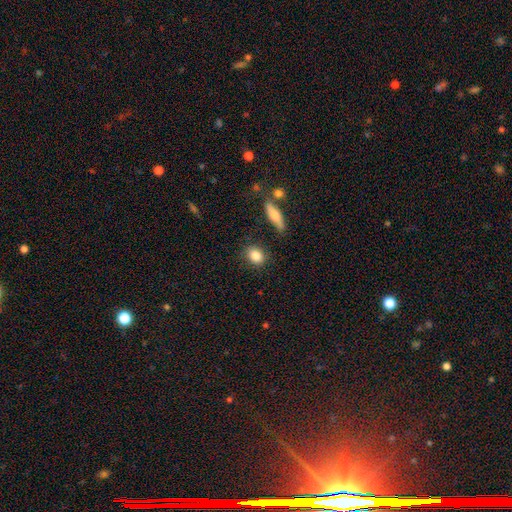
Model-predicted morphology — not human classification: Q: Smooth or featured?
A: smooth (85%); runner-up: star or artifact (8%)
Q: How rounded?
A: in between (54%); runner-up: round (43%)
Q: Merging?
A: none (83%); runner-up: minor disturbance (11%)